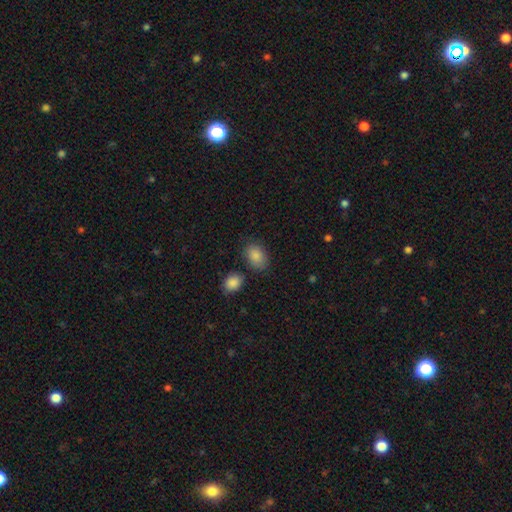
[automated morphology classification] smooth 87%, star or artifact 7%, featured or disk 5%. Down the decision tree: how rounded — in between (84%); merging — none (75%).